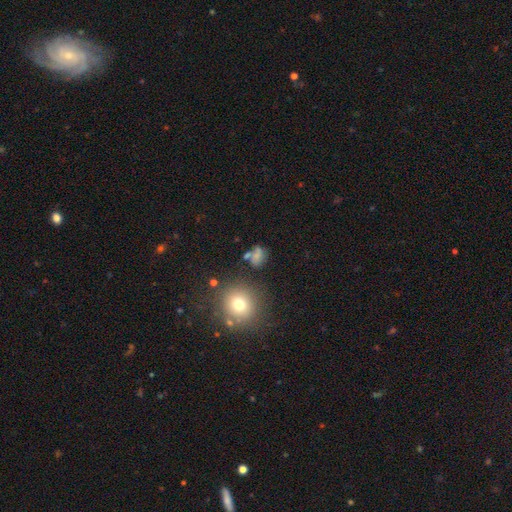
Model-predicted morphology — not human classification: Overall: smooth (59%; featured or disk 22%). How rounded: in between (50%; round 48%). Merging: none (50%; minor disturbance 20%).